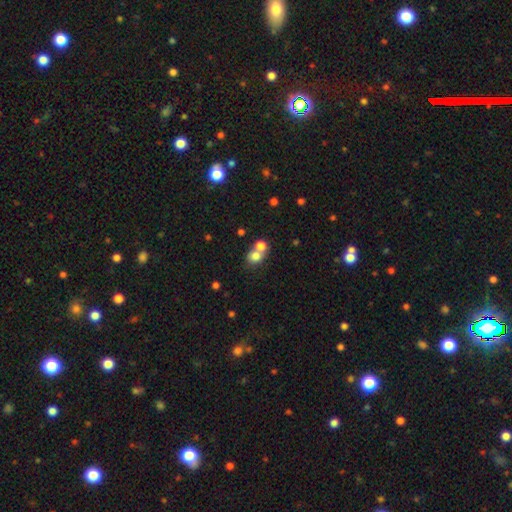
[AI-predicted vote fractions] A smooth galaxy with no disk features (76%) that is round (68%).

Vote fractions:
- Smooth or featured? smooth: 76% / featured or disk: 12% / star or artifact: 12%
- How rounded? round: 68% / in between: 31% / cigar-shaped: 1%
- Merging? merger: 51% / none: 37% / minor disturbance: 7% / major disturbance: 4%